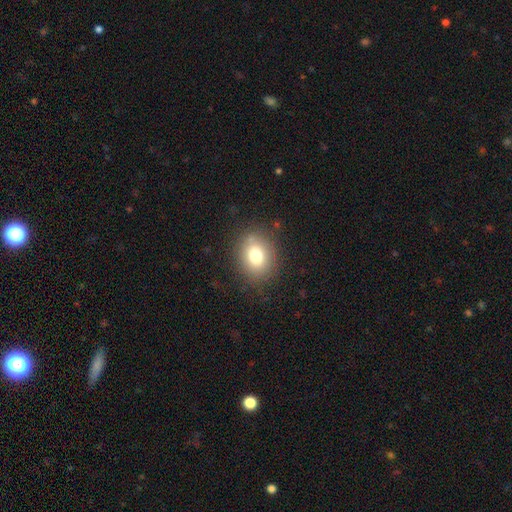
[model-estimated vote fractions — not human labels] smooth_or_featured: smooth (p=0.76) [alt: featured or disk p=0.12]
how_rounded: round (p=0.51) [alt: in between p=0.48]
merging: none (p=0.82) [alt: minor disturbance p=0.12]